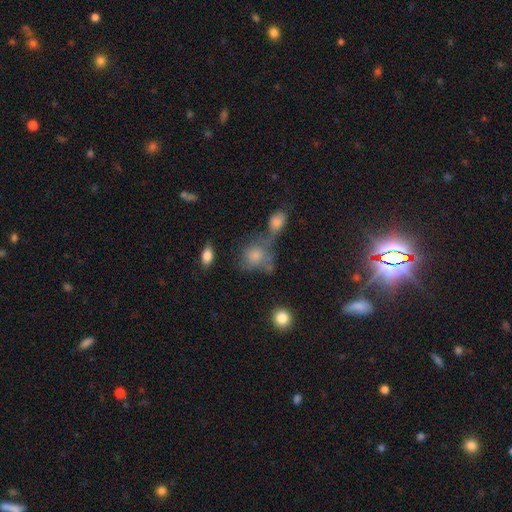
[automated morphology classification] Overall: smooth (74%). How rounded: round (60%; in between 38%). Merging: merger (41%; none 28%).